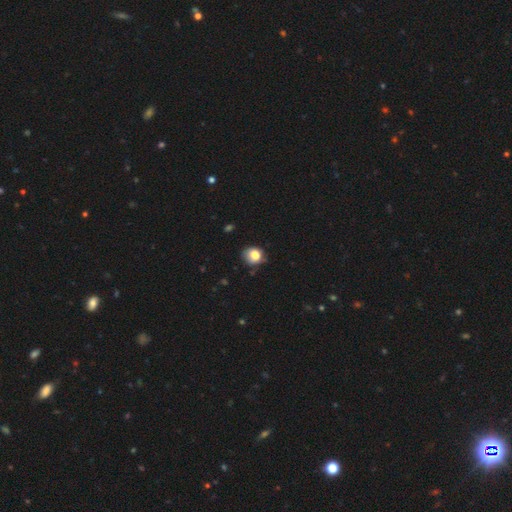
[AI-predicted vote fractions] Morphology: type=smooth (76%); roundness=round (72%); merging=none (66%).